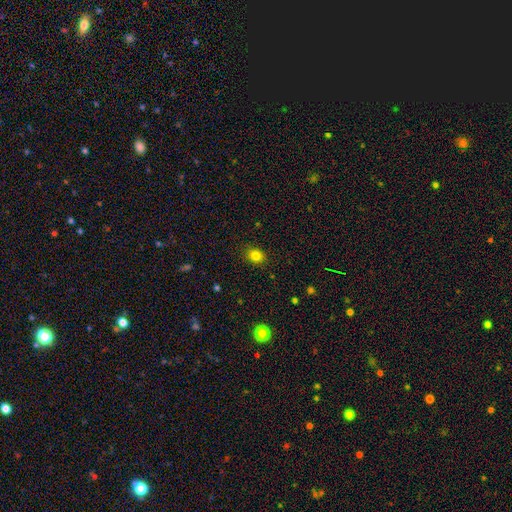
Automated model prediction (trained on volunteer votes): Smooth or featured: smooth — 82% (star or artifact — 13%)
How rounded: round — 55% (in between — 44%)
Merging: none — 88% (minor disturbance — 8%)